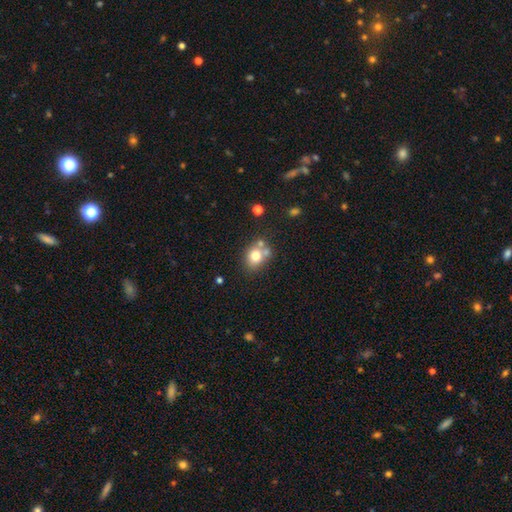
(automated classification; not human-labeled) Smooth or featured? Predicted: smooth (p=0.74). How rounded? Predicted: round (p=0.62). Merging? Predicted: none (p=0.53).